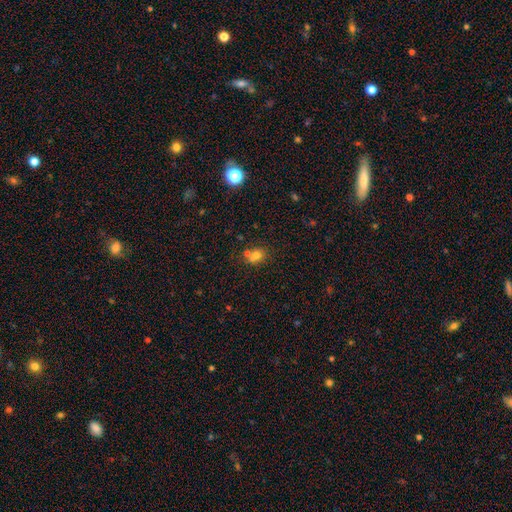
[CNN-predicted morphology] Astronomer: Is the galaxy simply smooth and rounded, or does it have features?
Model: smooth — 66%.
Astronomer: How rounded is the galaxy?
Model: round — 57% (runner-up: in between, 41%).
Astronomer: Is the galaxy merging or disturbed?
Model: none — 47% (runner-up: merger, 39%).